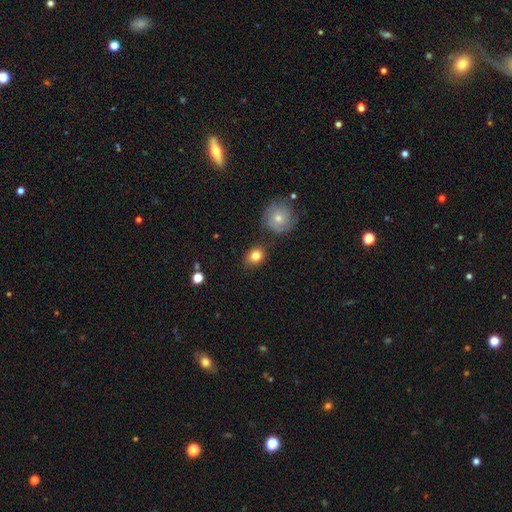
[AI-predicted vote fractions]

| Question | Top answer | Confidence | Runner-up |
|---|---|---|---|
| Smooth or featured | smooth | 81% | featured or disk (10%) |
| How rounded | round | 57% | in between (42%) |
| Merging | none | 82% | minor disturbance (11%) |